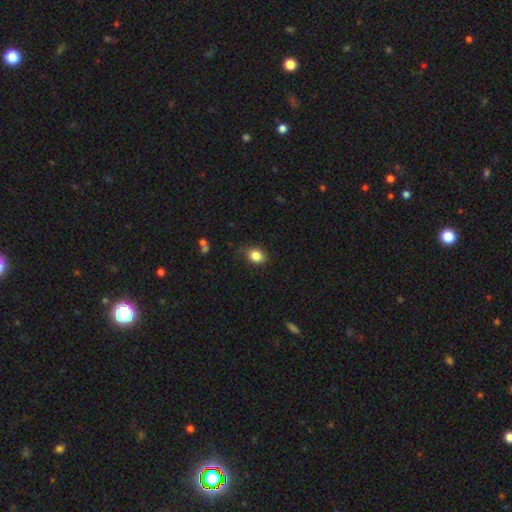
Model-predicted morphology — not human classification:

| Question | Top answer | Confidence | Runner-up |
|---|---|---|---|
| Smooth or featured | smooth | 84% | star or artifact (10%) |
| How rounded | in between | 53% | round (45%) |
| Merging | none | 76% | minor disturbance (18%) |